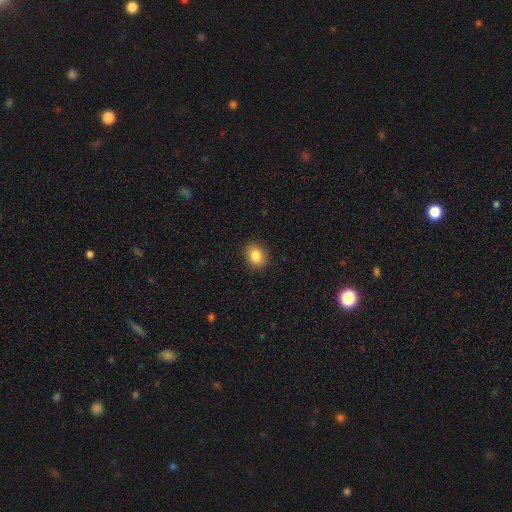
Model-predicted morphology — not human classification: A smooth galaxy with no disk features (84%) that is round (65%). Merging: none (90%).